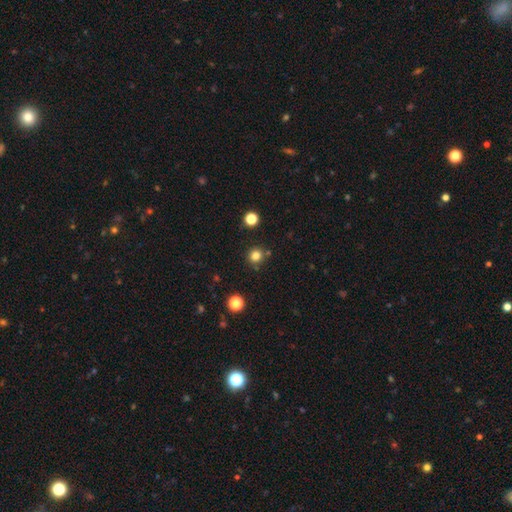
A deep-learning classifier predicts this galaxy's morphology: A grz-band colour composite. It shows a smooth galaxy with no disk features (81%) that is round (93%). Merging: none (84%).